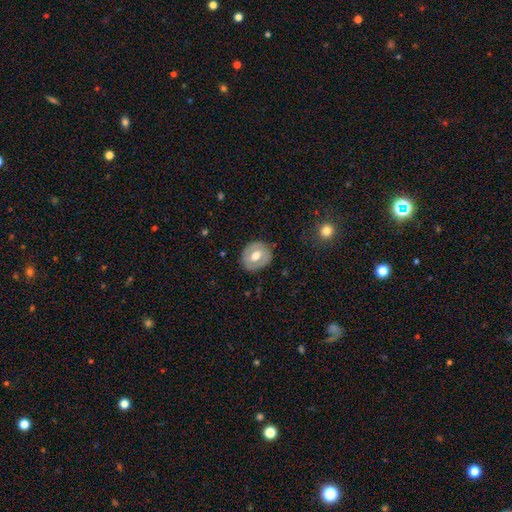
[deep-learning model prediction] The model was most divided on "smooth or featured": smooth: 49%, featured or disk: 45%, star or artifact: 6%. More confident: merging — none (83%).